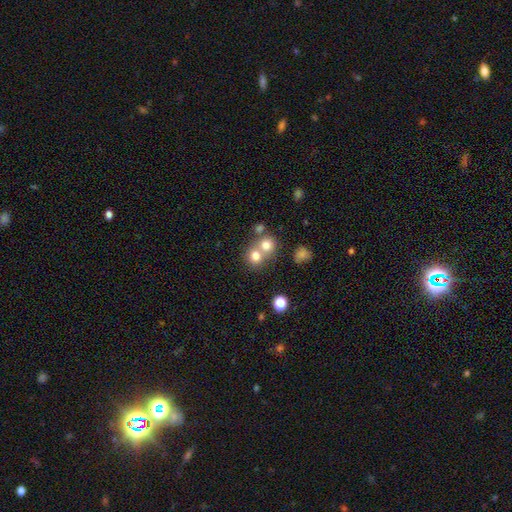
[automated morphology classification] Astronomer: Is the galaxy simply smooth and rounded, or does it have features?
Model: smooth — 75%.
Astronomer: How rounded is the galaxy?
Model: round — 82%.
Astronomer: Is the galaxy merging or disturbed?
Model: merger — 48% (runner-up: none, 43%).